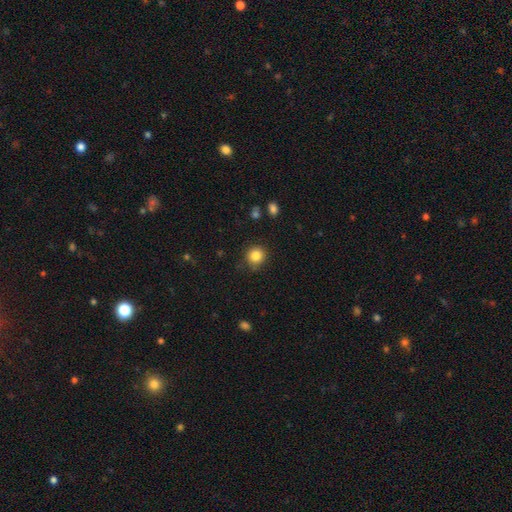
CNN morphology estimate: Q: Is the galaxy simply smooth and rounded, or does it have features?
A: smooth — 84%.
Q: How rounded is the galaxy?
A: round — 90%.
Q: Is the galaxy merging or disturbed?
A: none — 85%.